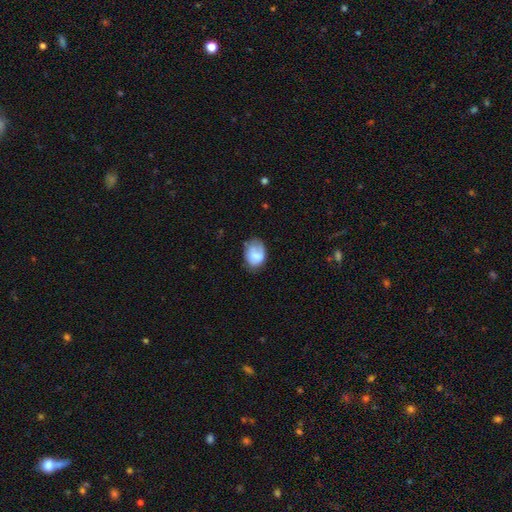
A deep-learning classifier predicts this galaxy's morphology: Smooth or featured? Predicted: smooth (p=0.72). How rounded? Predicted: in between (p=0.72). Merging? Predicted: none (p=0.52).